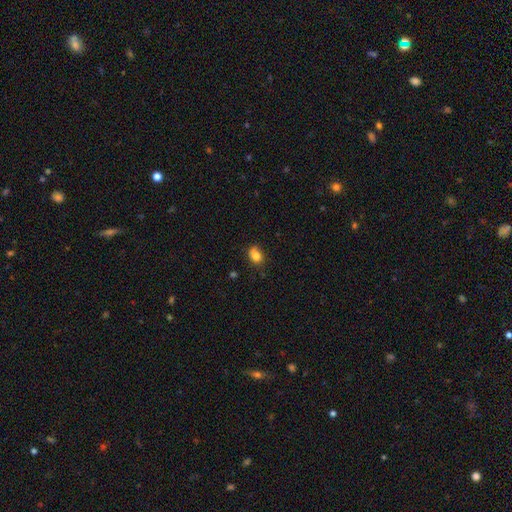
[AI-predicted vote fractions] This appears to be a smooth galaxy with no disk features (81%) that is in between round and cigar-shaped (58%). Merging: none (60%).